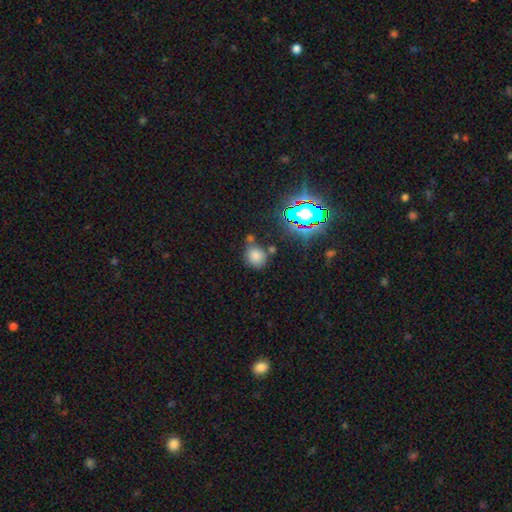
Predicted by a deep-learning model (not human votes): Smooth or featured? smooth (74%)
How rounded? round (72%)
Merging? none (65%)